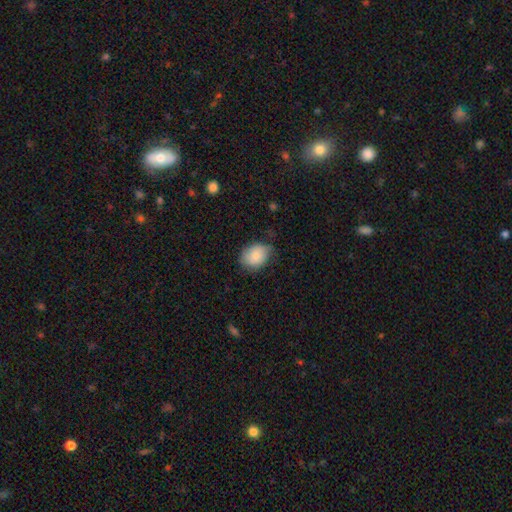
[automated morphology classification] A smooth galaxy with no disk features (82%) that is in between round and cigar-shaped (54%). Merging: none (64%).